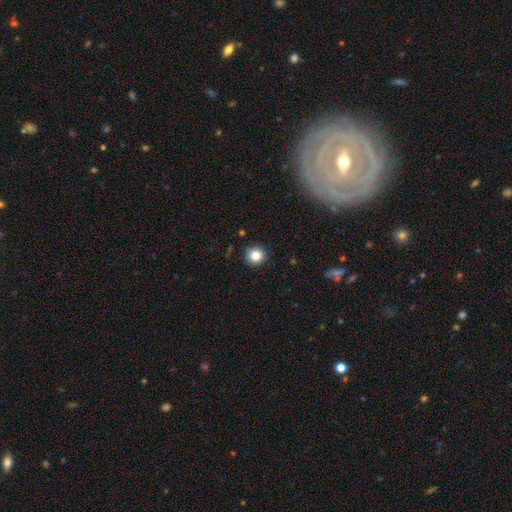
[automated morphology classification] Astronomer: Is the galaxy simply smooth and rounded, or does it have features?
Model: smooth — 83%.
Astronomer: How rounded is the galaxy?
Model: round — 93%.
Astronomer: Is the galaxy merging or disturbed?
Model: none — 91%.